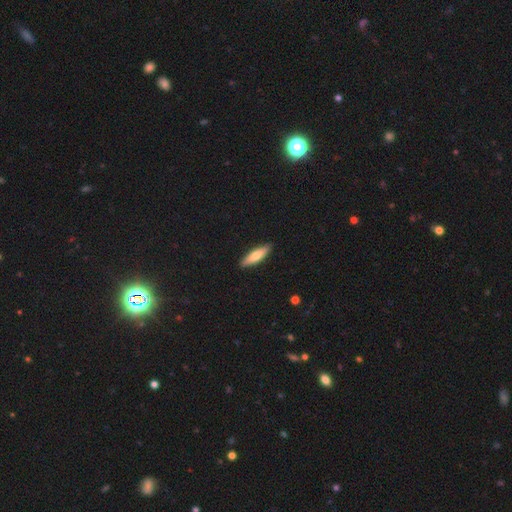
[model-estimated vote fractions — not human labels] This appears to be a smooth galaxy with no disk features (70%) that is cigar-shaped (70%). Merging: none (90%).